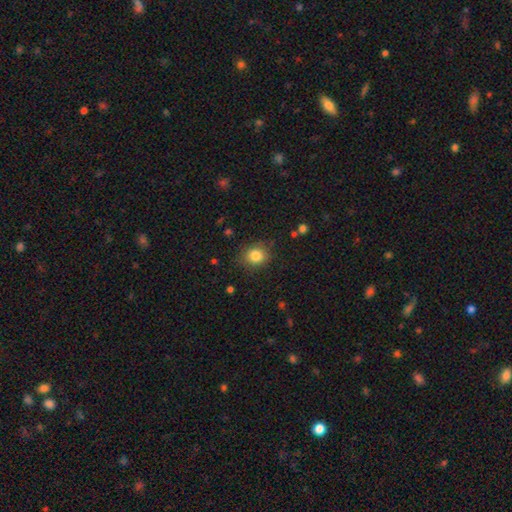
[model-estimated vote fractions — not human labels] Smooth or featured? Predicted: smooth (p=0.83). How rounded? Predicted: round (p=0.71). Merging? Predicted: none (p=0.83).